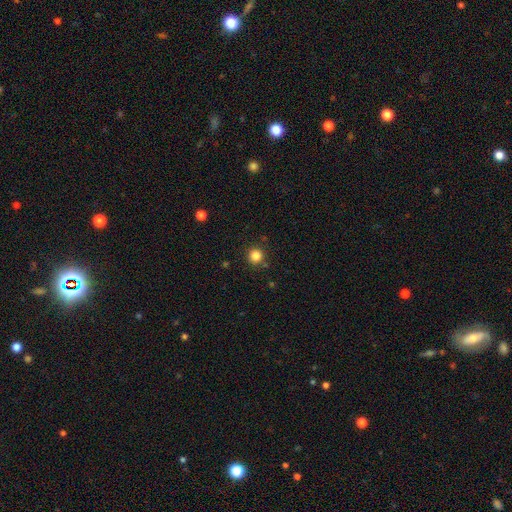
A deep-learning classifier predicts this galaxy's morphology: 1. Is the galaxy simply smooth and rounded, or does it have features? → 84% smooth, 12% star or artifact, 4% featured or disk.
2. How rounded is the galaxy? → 94% round, 5% in between, 1% cigar-shaped.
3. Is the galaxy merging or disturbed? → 88% none, 7% minor disturbance, 3% merger, 2% major disturbance.